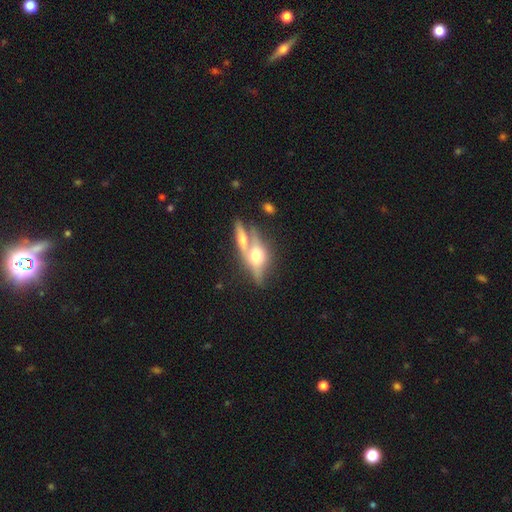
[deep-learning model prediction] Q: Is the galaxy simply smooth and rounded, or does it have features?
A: featured or disk — 53%.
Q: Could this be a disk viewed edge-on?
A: yes — 77%.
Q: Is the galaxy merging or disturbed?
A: merger — 50%.